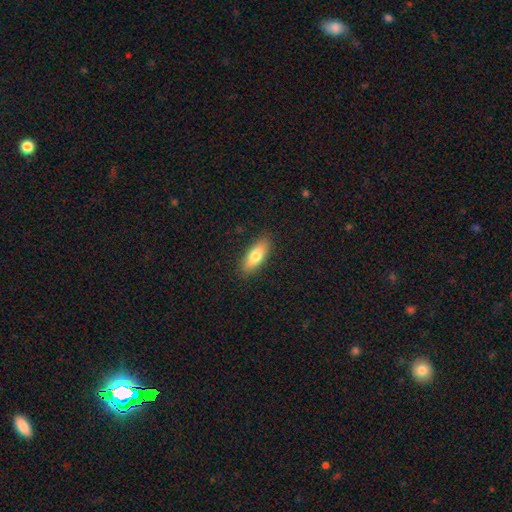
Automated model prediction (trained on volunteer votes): smooth 74%, featured or disk 19%, star or artifact 6%. Down the decision tree: how rounded — in between (74%); merging — none (87%).